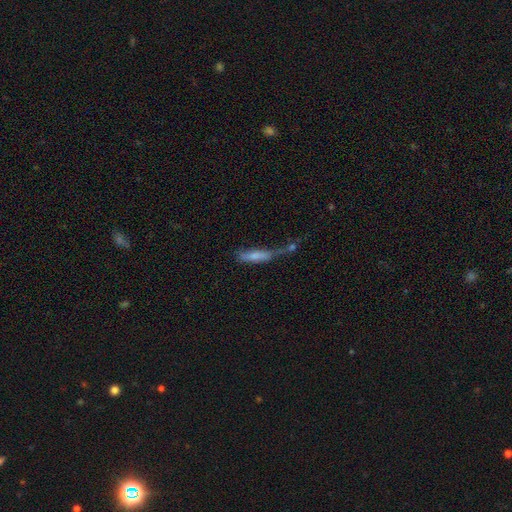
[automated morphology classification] Smooth or featured? Predicted: smooth (p=0.65). How rounded? Predicted: cigar-shaped (p=0.75). Merging? Predicted: merger (p=0.37).